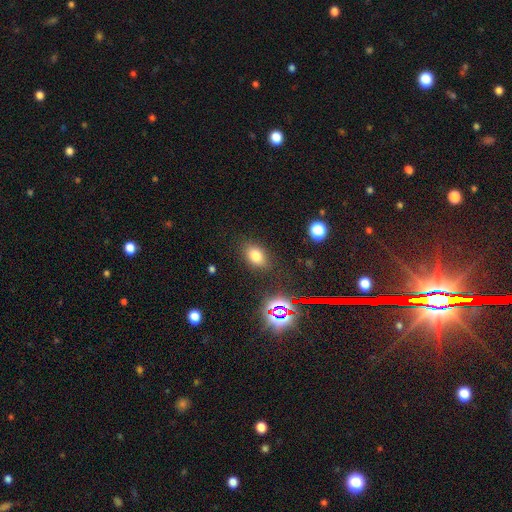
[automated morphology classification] This is likely a smooth galaxy (76%). How rounded: likely in between (78%). Merging: clearly none (83%).